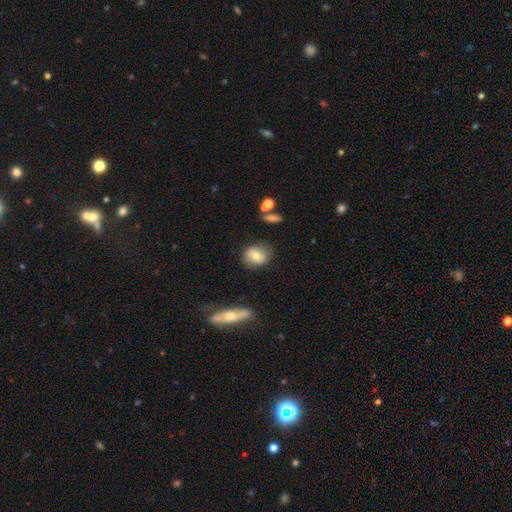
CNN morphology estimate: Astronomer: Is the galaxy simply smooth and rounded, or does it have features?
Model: smooth — 65%.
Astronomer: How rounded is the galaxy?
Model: round — 60% (runner-up: in between, 38%).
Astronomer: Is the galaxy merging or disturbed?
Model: none — 77%.